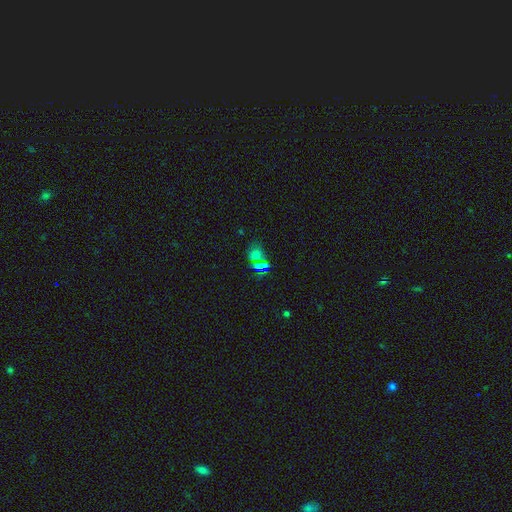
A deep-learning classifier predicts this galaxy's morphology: Smooth or featured: smooth — 53% (star or artifact — 38%)
How rounded: round — 58% (in between — 40%)
Merging: none — 65% (merger — 15%)